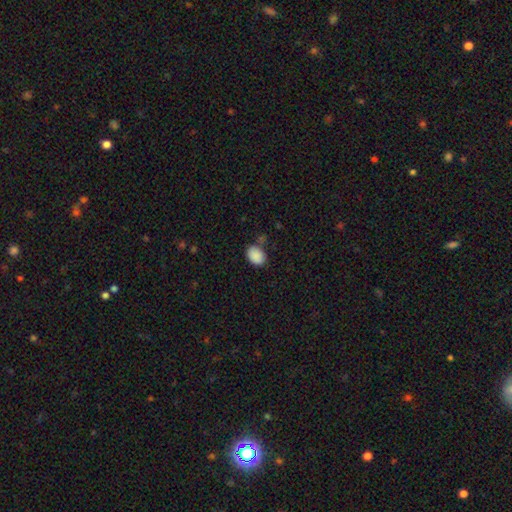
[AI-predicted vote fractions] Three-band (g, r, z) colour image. It shows a smooth galaxy with no disk features (89%) that is in between round and cigar-shaped (75%). Merging: none (73%).